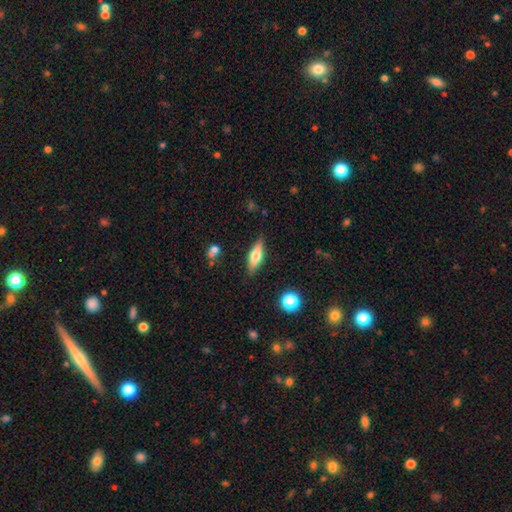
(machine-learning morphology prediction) Smooth or featured? smooth (60%)
How rounded? in between (55%)
Merging? none (85%)